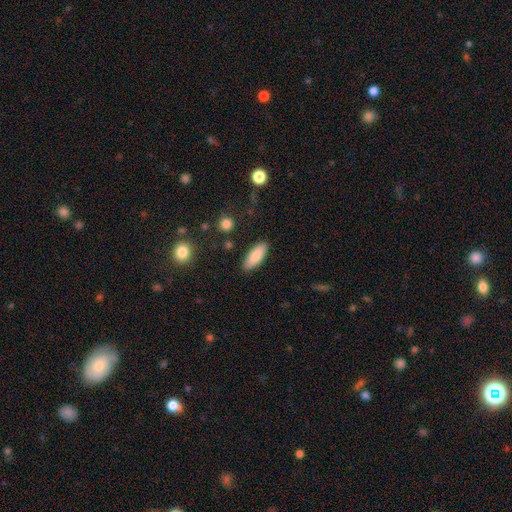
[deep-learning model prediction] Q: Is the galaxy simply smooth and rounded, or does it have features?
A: smooth — 85%.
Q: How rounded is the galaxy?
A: in between — 75%.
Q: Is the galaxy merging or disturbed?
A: none — 87%.